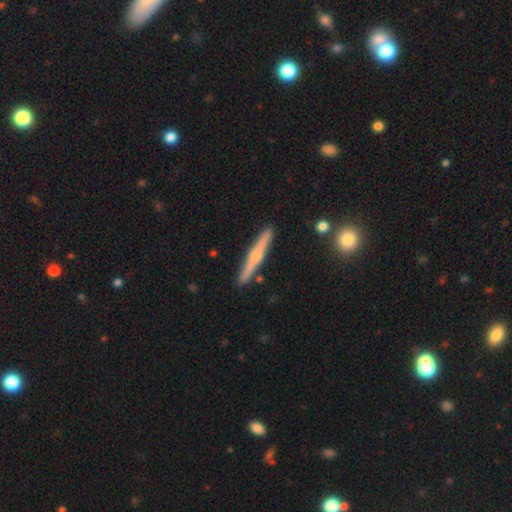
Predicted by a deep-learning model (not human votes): smooth_or_featured: featured or disk (p=0.66) [alt: smooth p=0.29]
disk_edge_on: yes (p=0.98) [alt: no p=0.02]
edge_on_bulge: rounded (p=0.81) [alt: none p=0.12]
merging: none (p=0.91) [alt: minor disturbance p=0.06]